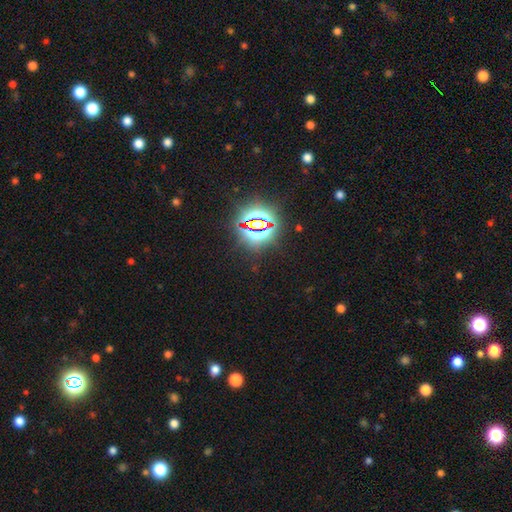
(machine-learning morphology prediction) Smooth or featured?
  - star or artifact: 81% *
  - smooth: 12%
  - featured or disk: 8%